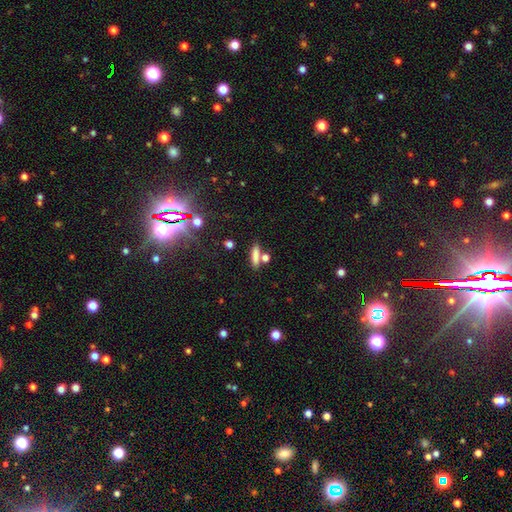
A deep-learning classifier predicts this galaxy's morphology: type=smooth (77%); roundness=cigar-shaped (67%); merging=none (68%).